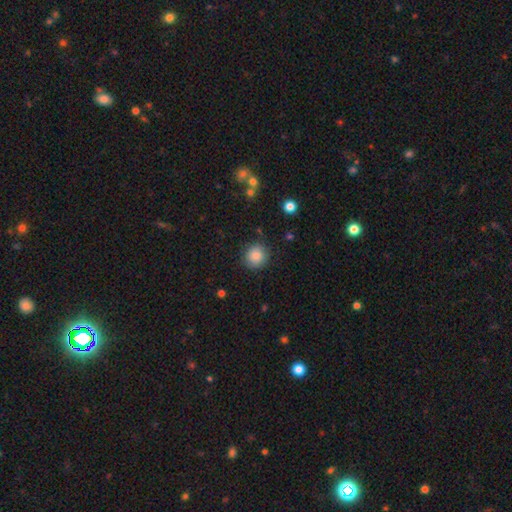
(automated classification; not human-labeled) Smooth or featured: smooth — 86% (star or artifact — 9%)
How rounded: round — 88% (in between — 11%)
Merging: none — 85% (minor disturbance — 10%)